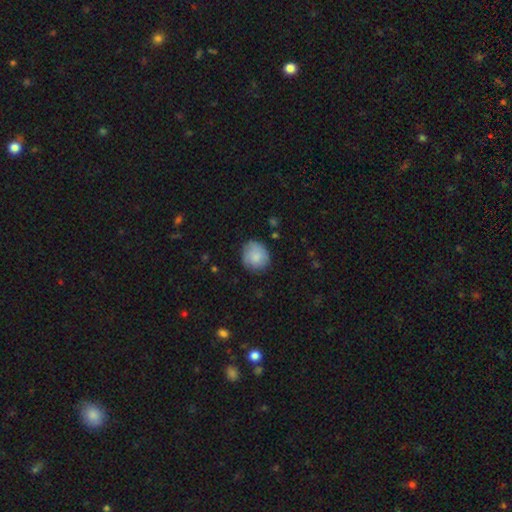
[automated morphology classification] Smooth or featured: smooth — 83% (featured or disk — 11%)
How rounded: round — 81% (in between — 18%)
Merging: none — 77% (minor disturbance — 18%)